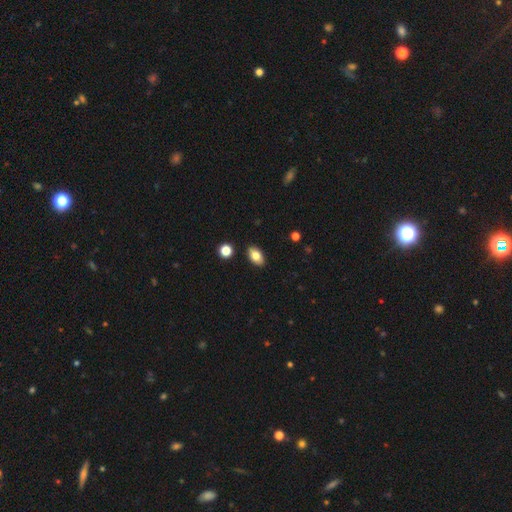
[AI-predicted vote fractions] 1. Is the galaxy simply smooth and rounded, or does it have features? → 81% smooth, 11% featured or disk, 8% star or artifact.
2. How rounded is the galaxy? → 91% in between, 7% round, 2% cigar-shaped.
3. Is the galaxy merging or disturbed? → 89% none, 8% minor disturbance, 2% merger, 2% major disturbance.